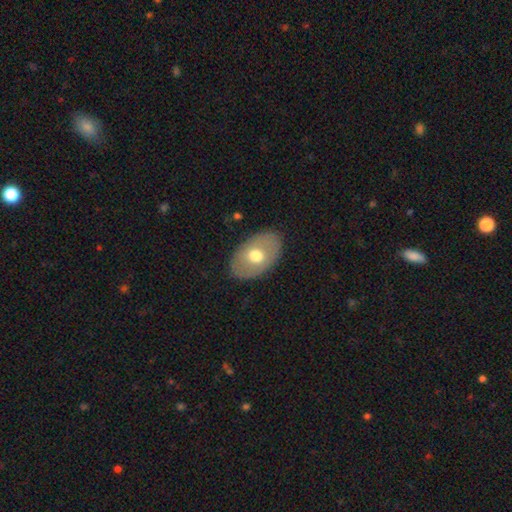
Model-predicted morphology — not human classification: smooth-or-featured: smooth: 62% | featured or disk: 32% | star or artifact: 6%
  how-rounded: in between: 87% | round: 12% | cigar-shaped: 1%
  merging: none: 85% | minor disturbance: 10% | major disturbance: 3% | merger: 1%